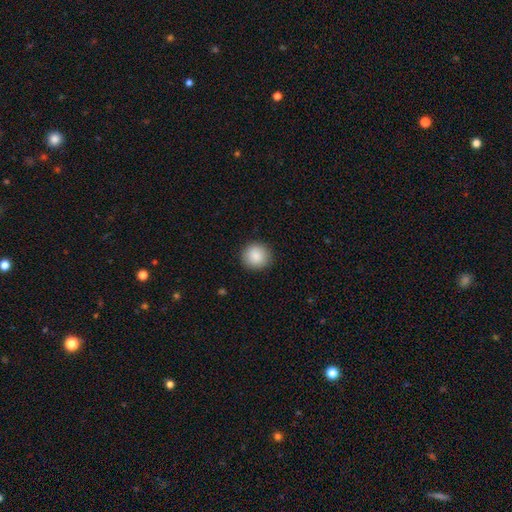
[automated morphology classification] Smooth or featured: smooth — 89% (star or artifact — 8%)
How rounded: round — 92% (in between — 7%)
Merging: none — 91% (minor disturbance — 6%)